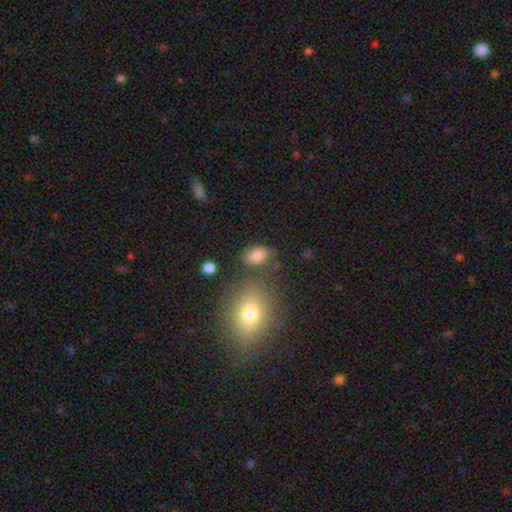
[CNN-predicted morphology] Overall: smooth (81%). How rounded: in between (84%). Merging: none (72%).